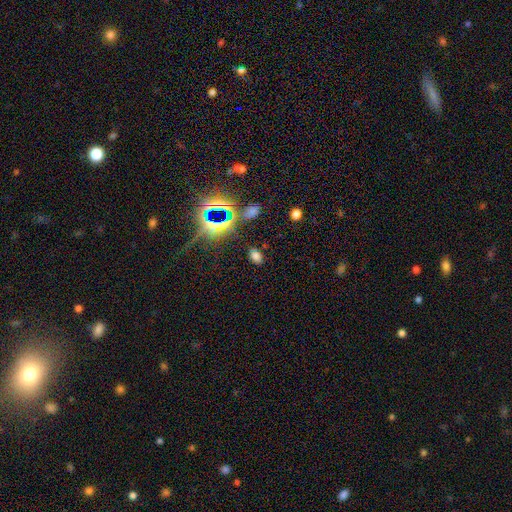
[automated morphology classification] A smooth galaxy with no disk features (58%) that is in between round and cigar-shaped (82%). Merging: none (79%).